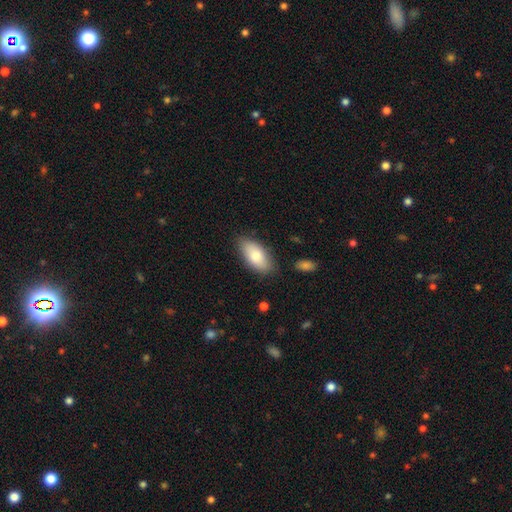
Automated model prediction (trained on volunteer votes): smooth 78%, featured or disk 16%, star or artifact 6%. Down the decision tree: how rounded — in between (91%); merging — none (80%).